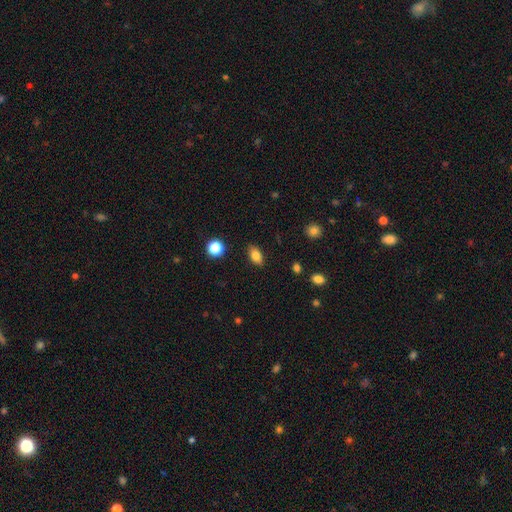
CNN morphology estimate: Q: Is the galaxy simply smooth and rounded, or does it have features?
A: smooth — 82%.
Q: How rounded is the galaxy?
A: in between — 86%.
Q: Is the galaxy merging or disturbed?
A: none — 87%.